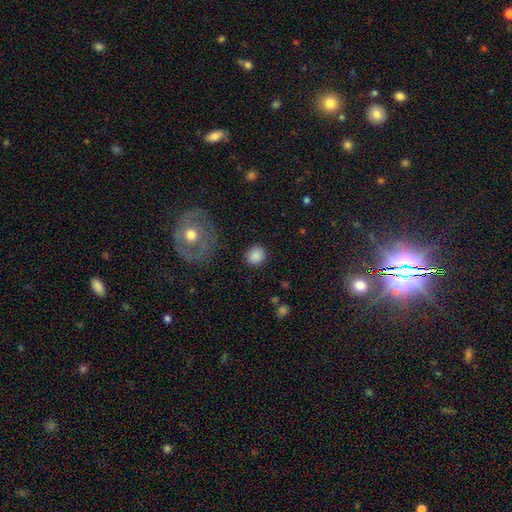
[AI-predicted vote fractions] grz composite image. It shows a smooth galaxy with no disk features (87%) that is round (88%). Merging: none (88%).